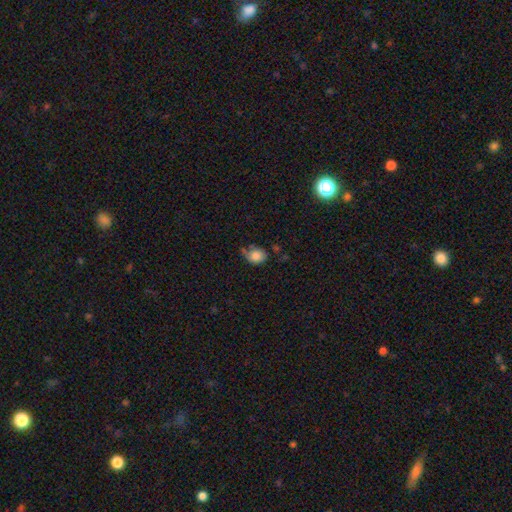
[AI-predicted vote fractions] This appears to be a smooth galaxy with no disk features (81%) that is round (60%). Merging: none (49%).